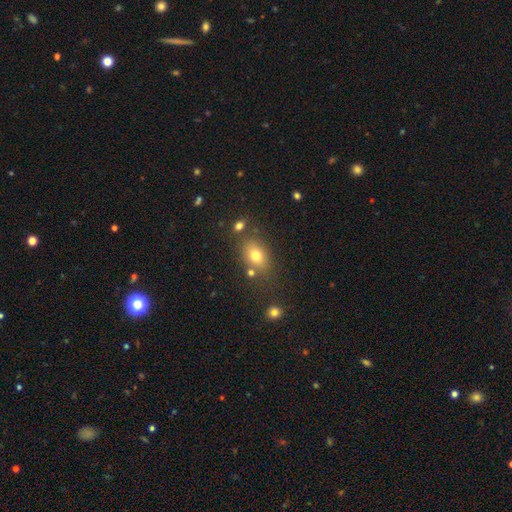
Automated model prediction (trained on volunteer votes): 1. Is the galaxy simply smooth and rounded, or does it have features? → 74% smooth, 13% featured or disk, 13% star or artifact.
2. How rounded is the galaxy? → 70% in between, 28% round, 2% cigar-shaped.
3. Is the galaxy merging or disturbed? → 72% none, 14% minor disturbance, 9% merger, 5% major disturbance.